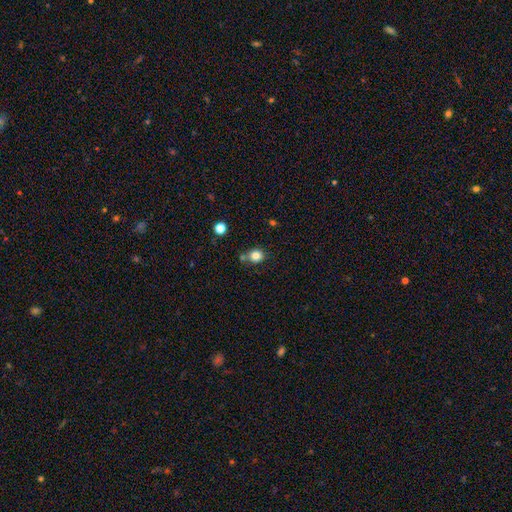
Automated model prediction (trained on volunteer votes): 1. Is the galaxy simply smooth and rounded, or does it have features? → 83% smooth, 12% star or artifact, 6% featured or disk.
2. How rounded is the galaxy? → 77% round, 22% in between, 1% cigar-shaped.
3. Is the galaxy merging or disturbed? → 68% none, 14% merger, 14% minor disturbance, 4% major disturbance.